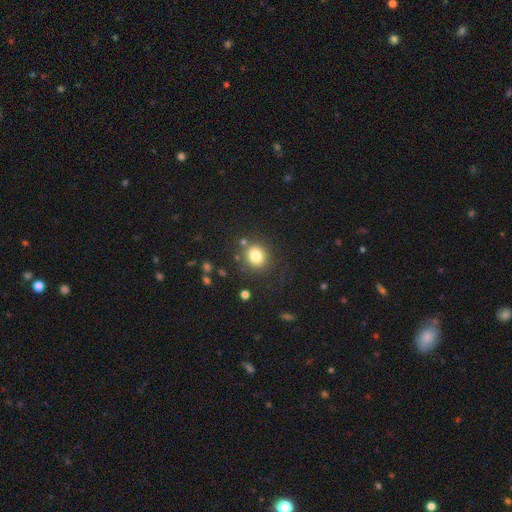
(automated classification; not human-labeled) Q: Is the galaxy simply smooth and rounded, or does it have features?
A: smooth — 81%.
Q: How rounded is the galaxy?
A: round — 74%.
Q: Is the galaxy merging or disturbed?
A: none — 81%.